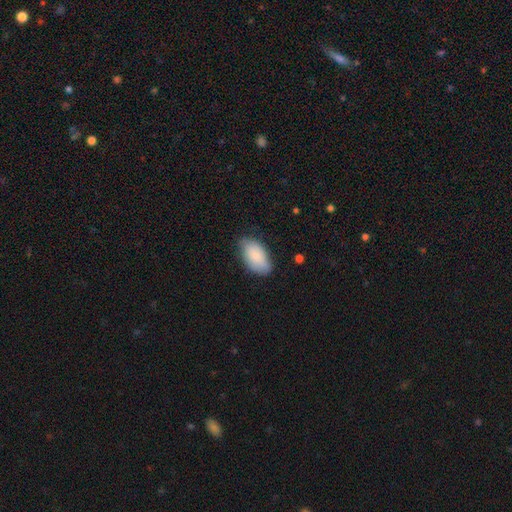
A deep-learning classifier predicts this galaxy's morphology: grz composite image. It shows a smooth galaxy with no disk features (85%) that is in between round and cigar-shaped (95%). Merging: none (70%).